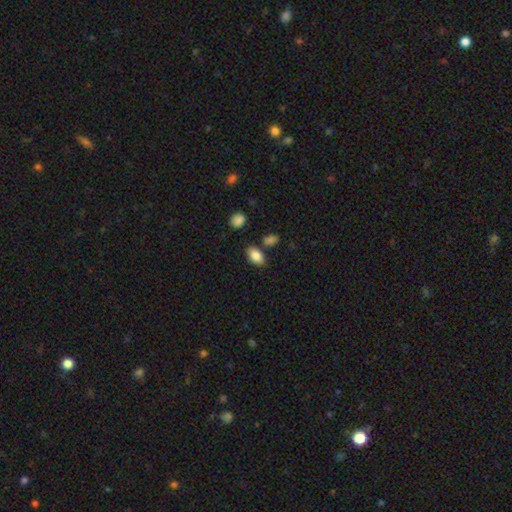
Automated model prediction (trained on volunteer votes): A smooth galaxy with no disk features (86%) that is in between round and cigar-shaped (91%). Merging: none (77%).